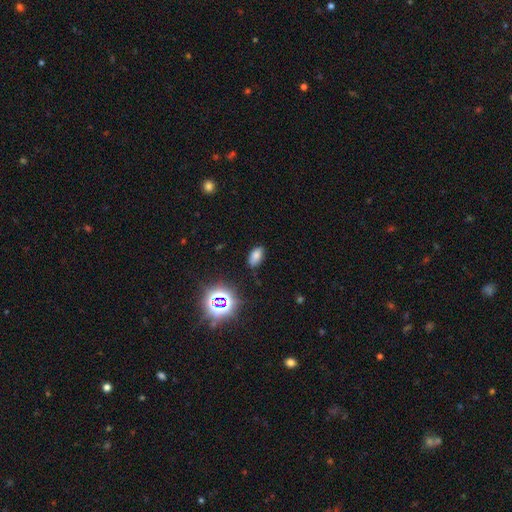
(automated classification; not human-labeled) Smooth or featured? smooth (70%)
How rounded? in between (91%)
Merging? none (83%)